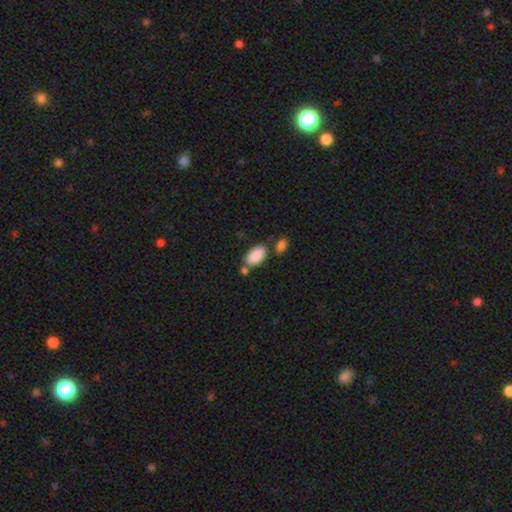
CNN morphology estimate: Smooth or featured: smooth — 88% (star or artifact — 7%)
How rounded: in between — 95% (round — 4%)
Merging: none — 60% (merger — 21%)